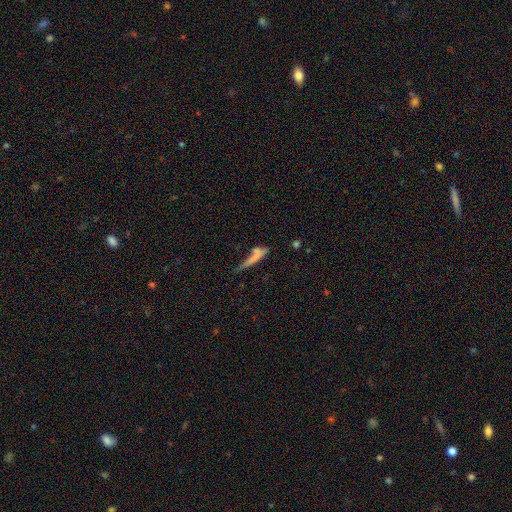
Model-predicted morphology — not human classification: Overall: smooth (63%; featured or disk 27%). How rounded: cigar-shaped (83%). Merging: none (41%; minor disturbance 22%).